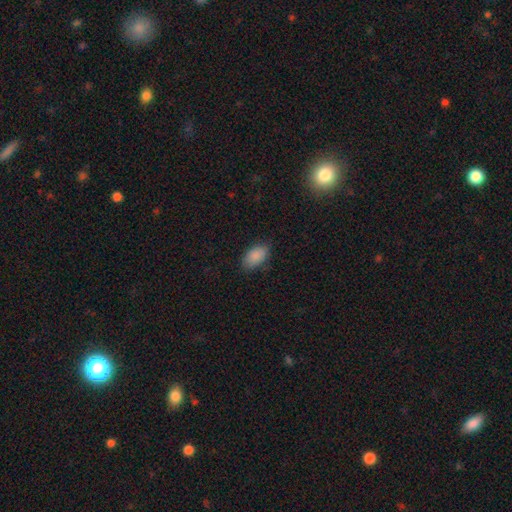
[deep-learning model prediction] A smooth galaxy with no disk features (88%) that is in between round and cigar-shaped (93%).

Vote fractions:
- Smooth or featured? smooth: 88% / star or artifact: 7% / featured or disk: 5%
- How rounded? in between: 93% / round: 5% / cigar-shaped: 2%
- Merging? none: 82% / minor disturbance: 14% / major disturbance: 3% / merger: 1%